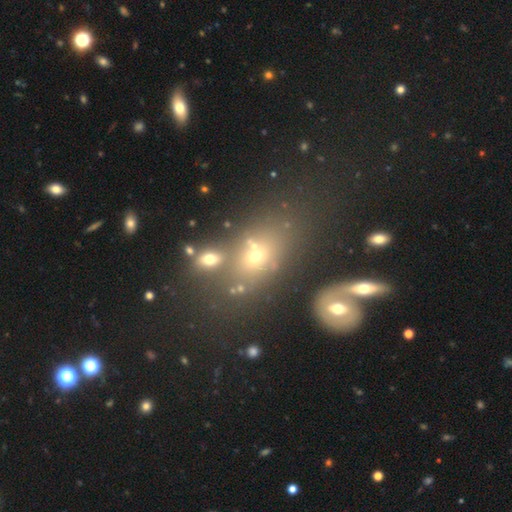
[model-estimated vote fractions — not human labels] smooth_or_featured: smooth (p=0.52) [alt: star or artifact p=0.25]
how_rounded: in between (p=0.61) [alt: round p=0.33]
merging: none (p=0.46) [alt: merger p=0.28]